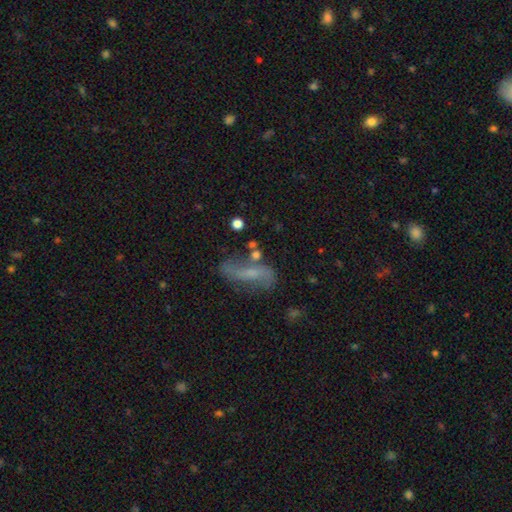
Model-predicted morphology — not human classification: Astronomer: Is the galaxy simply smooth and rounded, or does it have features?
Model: featured or disk — 51% (runner-up: smooth, 37%).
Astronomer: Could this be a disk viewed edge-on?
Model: no — 89%.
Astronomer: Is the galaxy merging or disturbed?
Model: none — 44% (runner-up: minor disturbance, 22%).